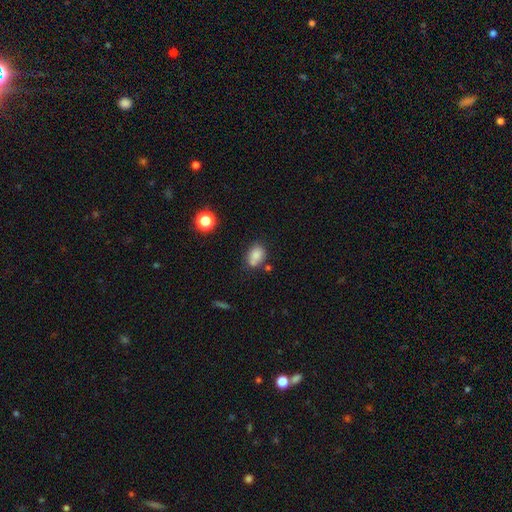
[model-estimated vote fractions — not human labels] Overall: smooth (81%). How rounded: in between (70%). Merging: none (58%; minor disturbance 20%).